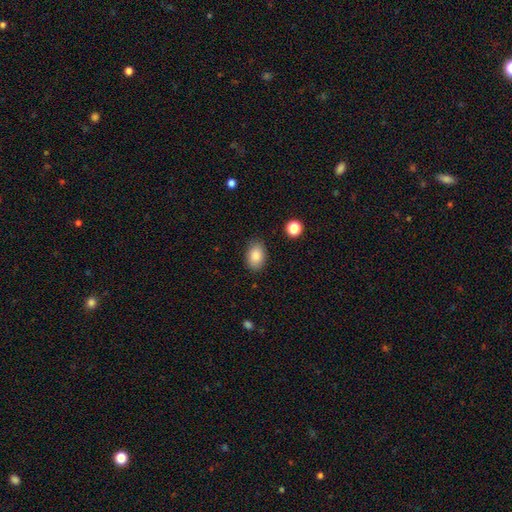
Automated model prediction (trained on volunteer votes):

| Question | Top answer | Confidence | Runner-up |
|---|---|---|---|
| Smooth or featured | smooth | 86% | star or artifact (8%) |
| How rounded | in between | 84% | round (15%) |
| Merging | none | 85% | minor disturbance (11%) |